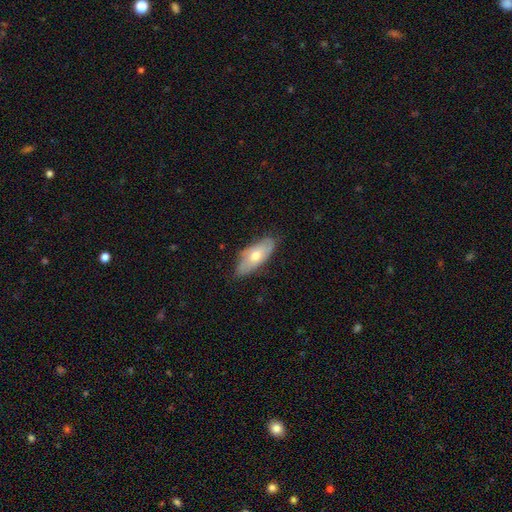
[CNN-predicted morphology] This appears to be a smooth galaxy with no disk features (58%) that is in between round and cigar-shaped (81%). Merging: none (75%).